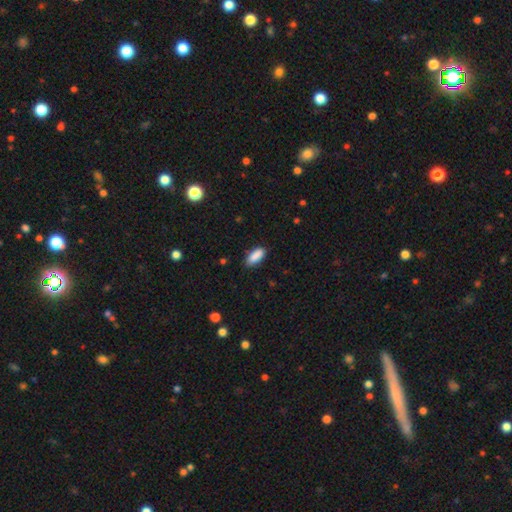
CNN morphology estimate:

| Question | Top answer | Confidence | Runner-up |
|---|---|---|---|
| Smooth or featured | smooth | 89% | star or artifact (7%) |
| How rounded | in between | 82% | cigar-shaped (16%) |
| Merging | none | 85% | minor disturbance (12%) |